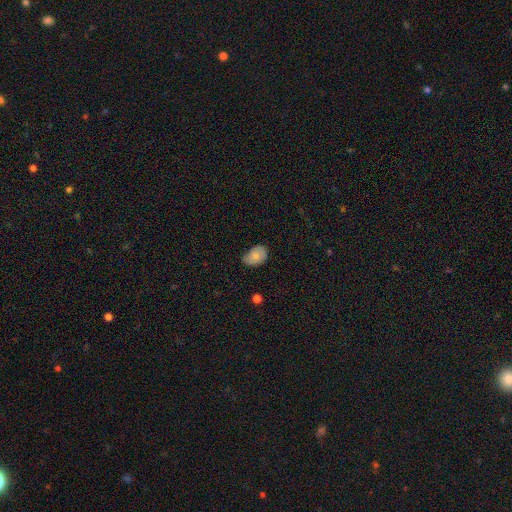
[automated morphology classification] Smooth or featured?
  - smooth: 74% *
  - featured or disk: 19%
  - star or artifact: 8%
How rounded?
  - in between: 80% *
  - round: 19%
  - cigar-shaped: 1%
Merging?
  - none: 52% *
  - minor disturbance: 38%
  - major disturbance: 9%
  - merger: 2%